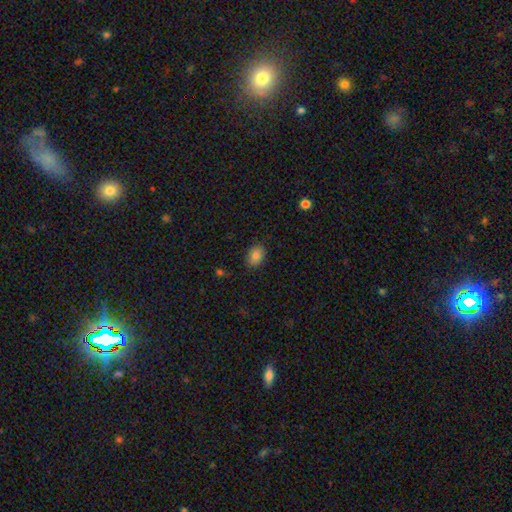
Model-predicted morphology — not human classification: This is clearly a smooth galaxy (83%). How rounded: likely in between (69%). Merging: clearly none (86%).